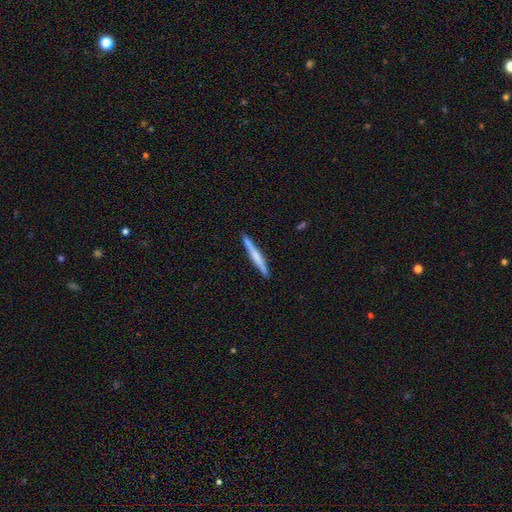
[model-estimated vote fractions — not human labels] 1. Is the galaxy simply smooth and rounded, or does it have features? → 48% featured or disk, 46% smooth, 6% star or artifact.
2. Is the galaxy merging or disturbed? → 89% none, 8% minor disturbance, 2% merger, 1% major disturbance.